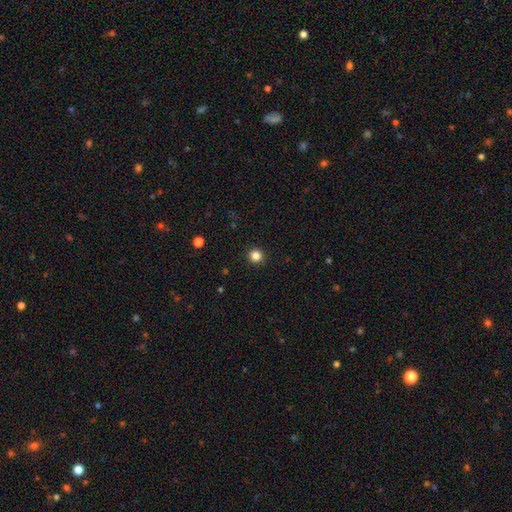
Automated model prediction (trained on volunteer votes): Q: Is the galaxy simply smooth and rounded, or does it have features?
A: smooth — 83%.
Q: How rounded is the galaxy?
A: round — 94%.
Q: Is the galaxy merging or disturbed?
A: none — 93%.